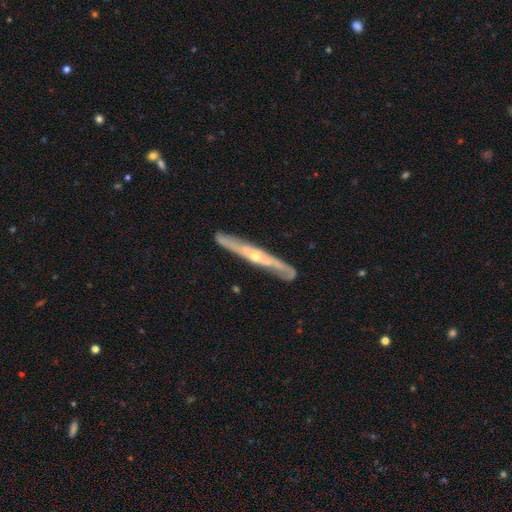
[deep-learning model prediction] Overall: featured or disk (80%). Edge-on disk: yes (79%). Edge-on bulge: rounded (74%). Merging: none (81%).